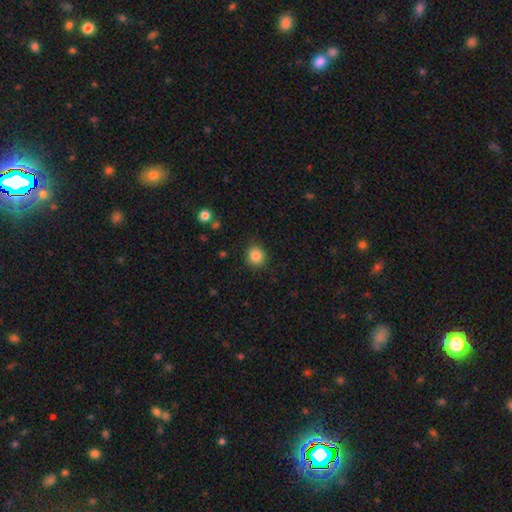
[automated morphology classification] This appears to be a smooth galaxy with no disk features (84%) that is round (89%). Merging: none (88%).